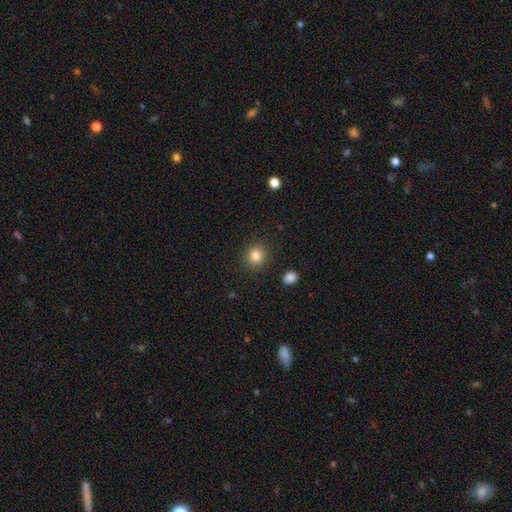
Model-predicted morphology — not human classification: Q: Smooth or featured?
A: smooth (83%); runner-up: star or artifact (11%)
Q: How rounded?
A: round (89%); runner-up: in between (10%)
Q: Merging?
A: none (90%); runner-up: minor disturbance (6%)